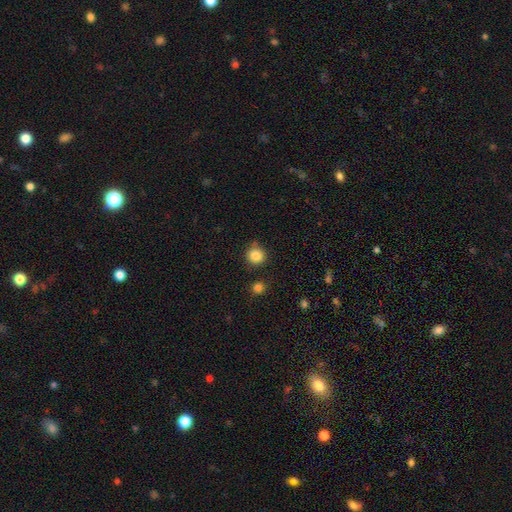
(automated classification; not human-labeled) A smooth galaxy with no disk features (85%) that is round (93%). Merging: none (81%).